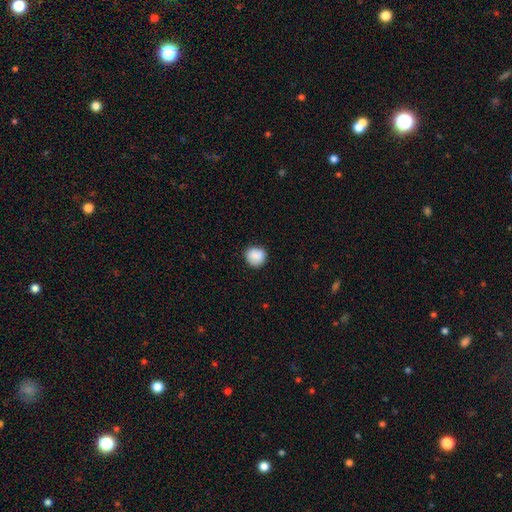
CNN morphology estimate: Smooth or featured? smooth (87%)
How rounded? round (88%)
Merging? none (83%)